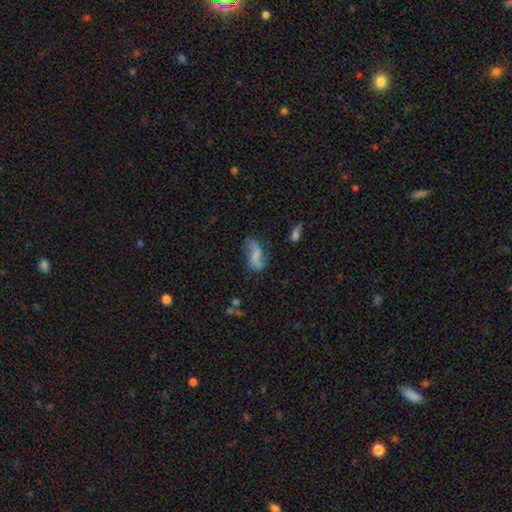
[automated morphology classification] This appears to be a featured or disk galaxy (65%) with a weak bar (41%), 2 (88%) loose (78%) spiral arms (86%) and no central bulge (59%). Merging: none (55%).